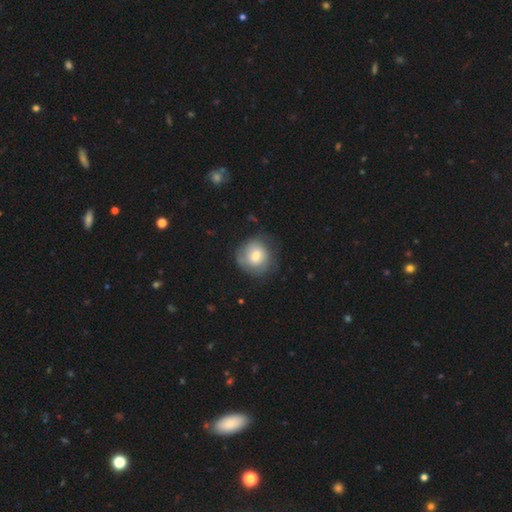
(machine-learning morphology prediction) Smooth or featured? Predicted: smooth (p=0.64). How rounded? Predicted: round (p=0.85). Merging? Predicted: none (p=0.69).